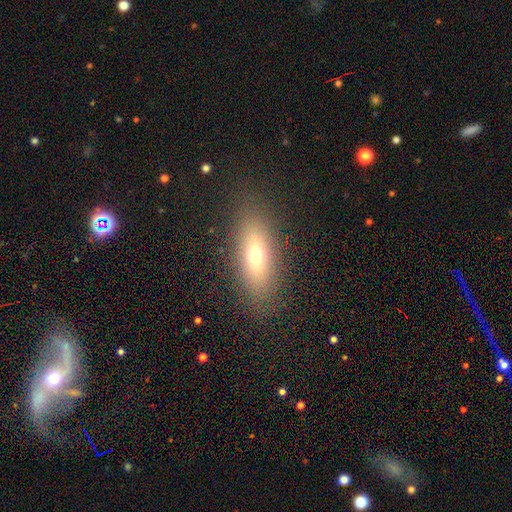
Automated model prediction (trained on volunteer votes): A smooth galaxy with no disk features (65%) that is in between round and cigar-shaped (61%). Merging: none (86%).